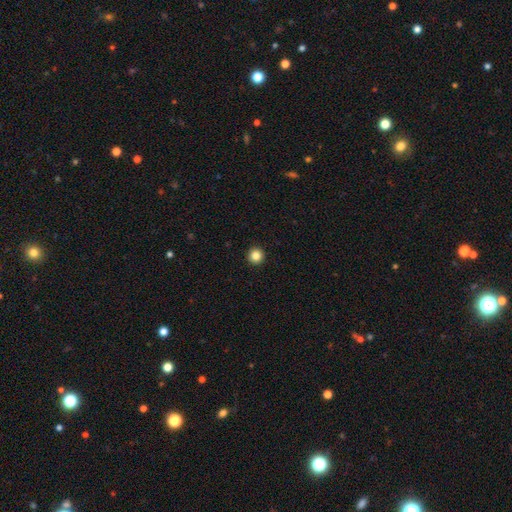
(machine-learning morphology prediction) smooth 85%, star or artifact 11%, featured or disk 4%. Down the decision tree: how rounded — round (96%); merging — none (94%).